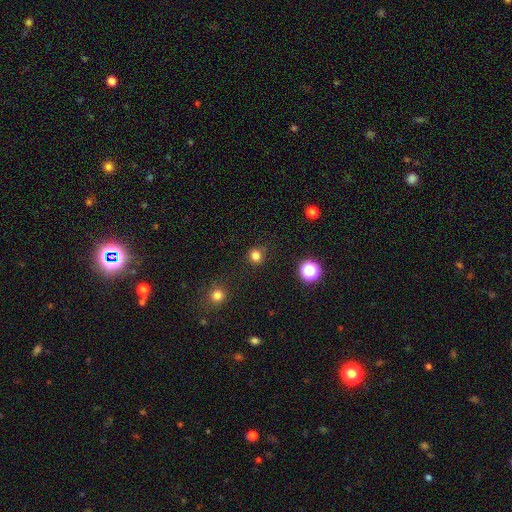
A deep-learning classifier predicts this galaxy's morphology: Q: Smooth or featured?
A: smooth (79%); runner-up: star or artifact (17%)
Q: How rounded?
A: round (88%); runner-up: in between (11%)
Q: Merging?
A: none (84%); runner-up: minor disturbance (10%)